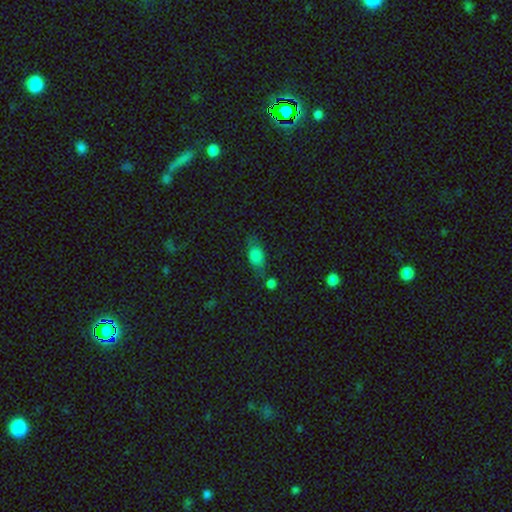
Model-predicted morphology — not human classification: smooth_or_featured: smooth (p=0.76) [alt: star or artifact p=0.13]
how_rounded: in between (p=0.83) [alt: round p=0.09]
merging: none (p=0.53) [alt: minor disturbance p=0.24]